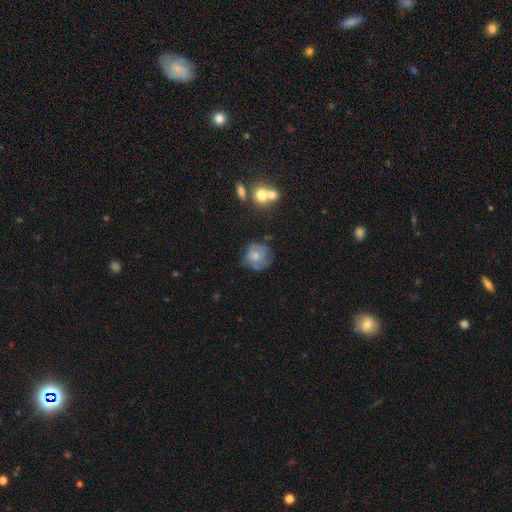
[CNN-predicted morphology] A smooth galaxy with no disk features (46%).

Vote fractions:
- Smooth or featured? smooth: 46% / featured or disk: 45% / star or artifact: 9%
- Merging? none: 55% / minor disturbance: 27% / major disturbance: 13% / merger: 5%